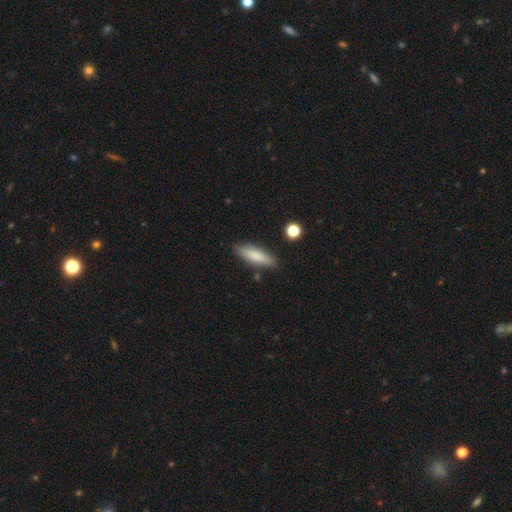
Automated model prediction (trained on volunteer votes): This is likely a smooth galaxy (78%). How rounded: likely cigar-shaped (61%). Merging: clearly none (84%).